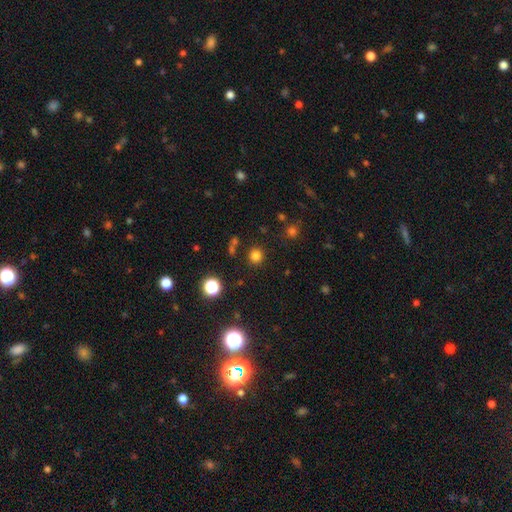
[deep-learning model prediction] The model was most divided on "smooth or featured": smooth: 77%, star or artifact: 18%, featured or disk: 5%. More confident: how rounded — round (92%); merging — none (85%).